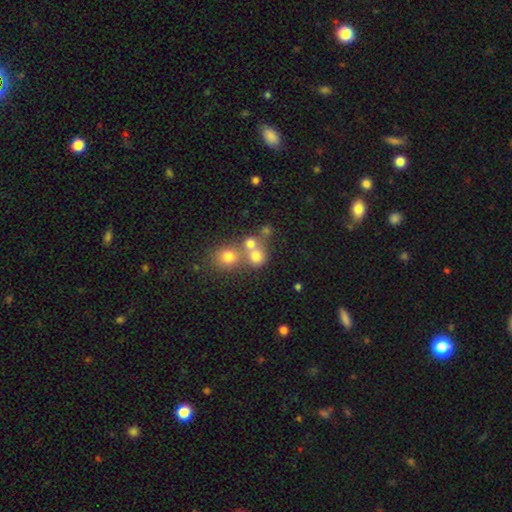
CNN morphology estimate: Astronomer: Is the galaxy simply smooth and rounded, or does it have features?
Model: smooth — 69%.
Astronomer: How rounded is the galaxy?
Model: round — 82%.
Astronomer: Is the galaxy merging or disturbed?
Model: merger — 45% (runner-up: none, 43%).